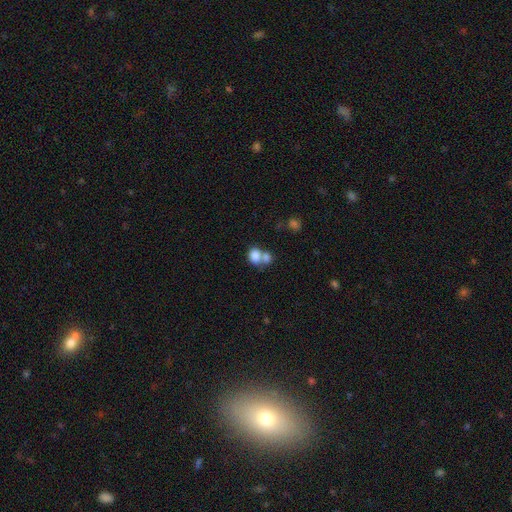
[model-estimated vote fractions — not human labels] Q: Smooth or featured?
A: smooth (80%); runner-up: featured or disk (10%)
Q: How rounded?
A: round (50%); runner-up: in between (49%)
Q: Merging?
A: merger (59%); runner-up: none (29%)